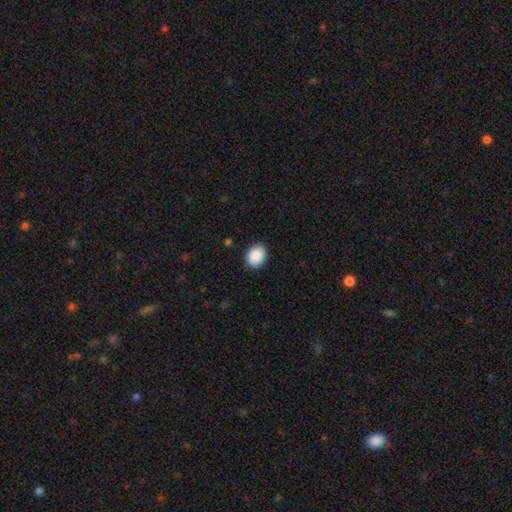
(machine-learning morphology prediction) smooth-or-featured: smooth: 91% | star or artifact: 7% | featured or disk: 2%
  how-rounded: in between: 63% | round: 36% | cigar-shaped: 1%
  merging: none: 89% | minor disturbance: 8% | major disturbance: 2% | merger: 1%